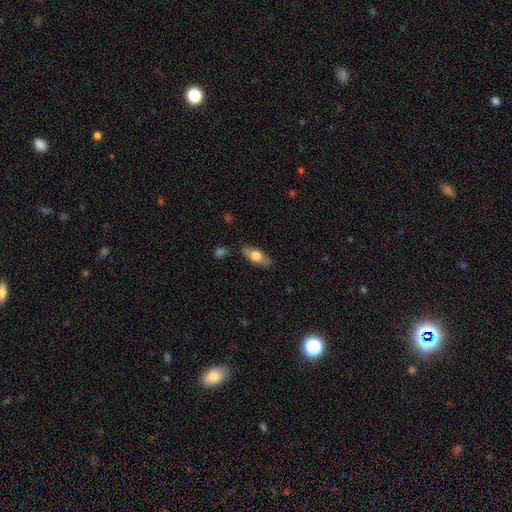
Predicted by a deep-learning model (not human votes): smooth-or-featured: smooth: 65% | featured or disk: 28% | star or artifact: 7%
  how-rounded: in between: 79% | cigar-shaped: 17% | round: 4%
  merging: none: 82% | minor disturbance: 14% | major disturbance: 3% | merger: 2%